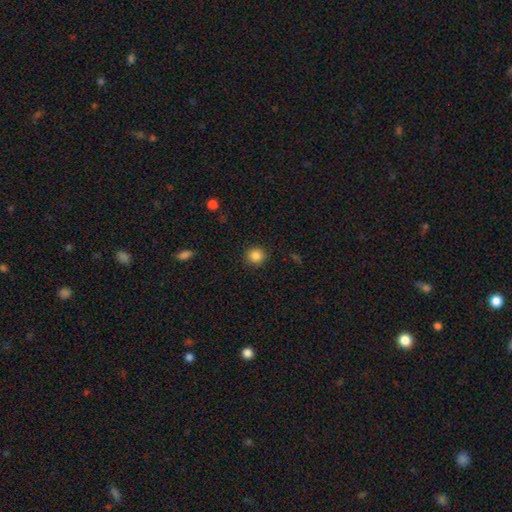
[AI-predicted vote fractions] Smooth or featured: smooth — 86% (star or artifact — 10%)
How rounded: round — 92% (in between — 7%)
Merging: none — 91% (minor disturbance — 6%)